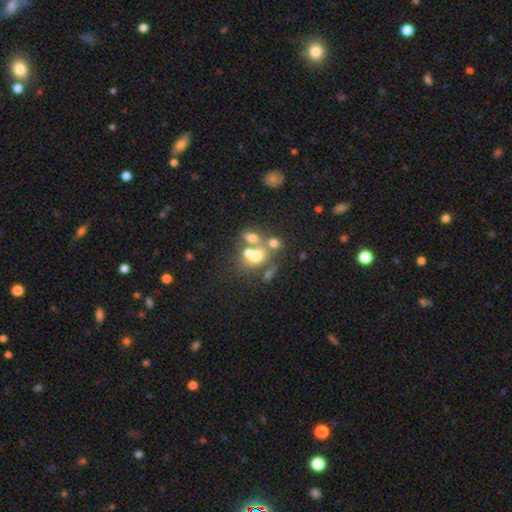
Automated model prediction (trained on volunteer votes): This is possibly a smooth galaxy (57%). How rounded: possibly round (52%). Merging: possibly merger (52%).